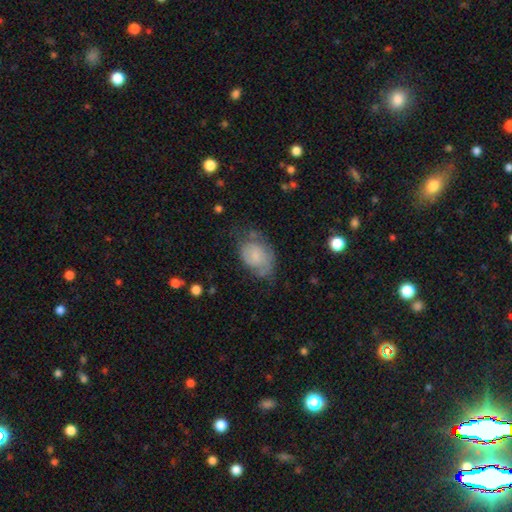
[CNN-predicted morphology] Smooth or featured? smooth (53%)
How rounded? in between (75%)
Merging? none (45%)